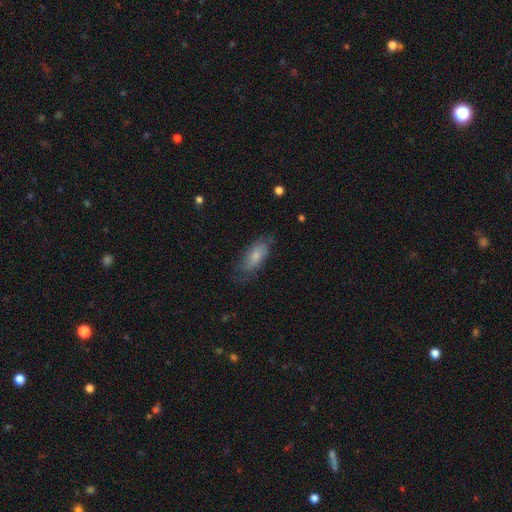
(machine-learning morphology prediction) A smooth galaxy with no disk features (62%) that is in between round and cigar-shaped (79%).

Vote fractions:
- Smooth or featured? smooth: 62% / featured or disk: 31% / star or artifact: 7%
- How rounded? in between: 79% / cigar-shaped: 18% / round: 3%
- Merging? none: 66% / minor disturbance: 24% / major disturbance: 9% / merger: 1%